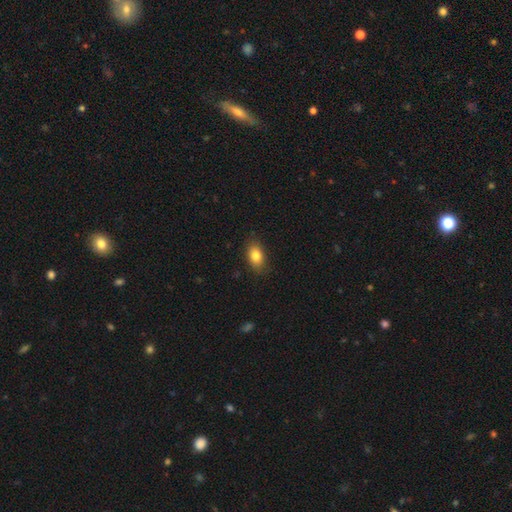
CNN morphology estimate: Smooth or featured? Predicted: smooth (p=0.82). How rounded? Predicted: in between (p=0.86). Merging? Predicted: none (p=0.85).